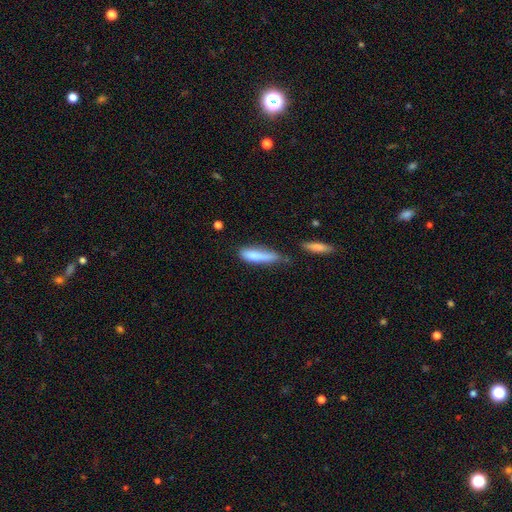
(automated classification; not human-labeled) Smooth or featured: smooth — 79% (featured or disk — 14%)
How rounded: cigar-shaped — 74% (in between — 24%)
Merging: none — 40% (minor disturbance — 34%)